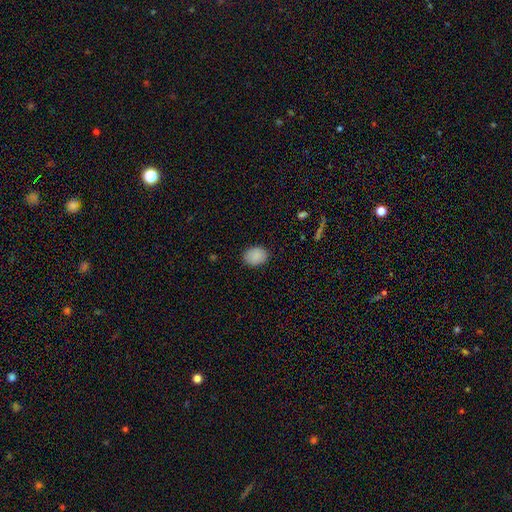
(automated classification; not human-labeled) Smooth or featured? smooth (89%)
How rounded? in between (54%)
Merging? none (87%)